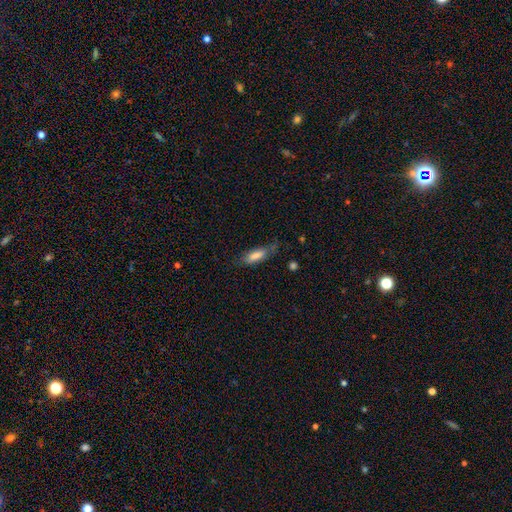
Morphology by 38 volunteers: This appears to be a smooth galaxy with no disk features (79%) that is in between round and cigar-shaped (67%). Merging: none (57%).